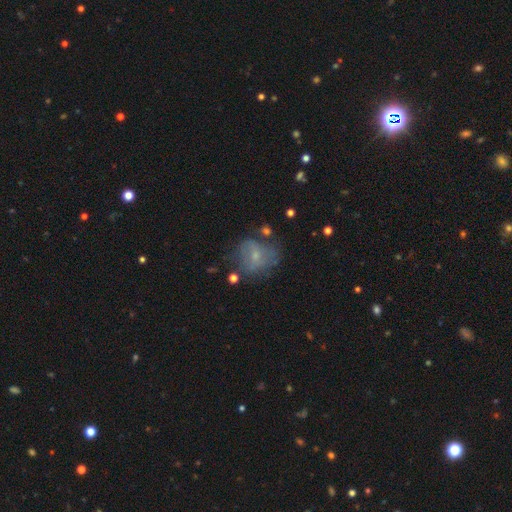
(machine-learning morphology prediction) This is possibly a smooth galaxy (49%). Merging: possibly none (47%).